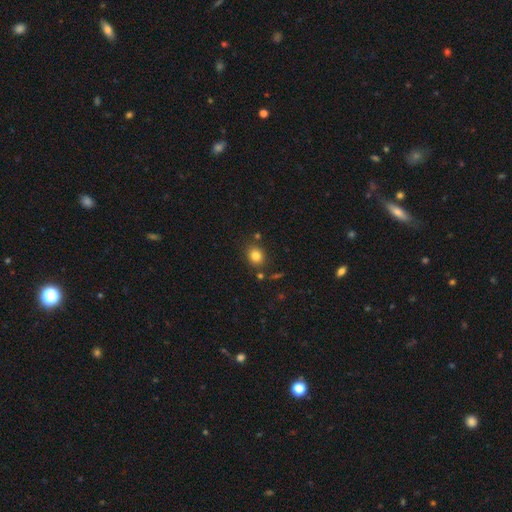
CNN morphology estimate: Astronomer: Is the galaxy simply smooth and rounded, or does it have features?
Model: smooth — 81%.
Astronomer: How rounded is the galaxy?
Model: round — 71%.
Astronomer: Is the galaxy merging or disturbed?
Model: none — 81%.